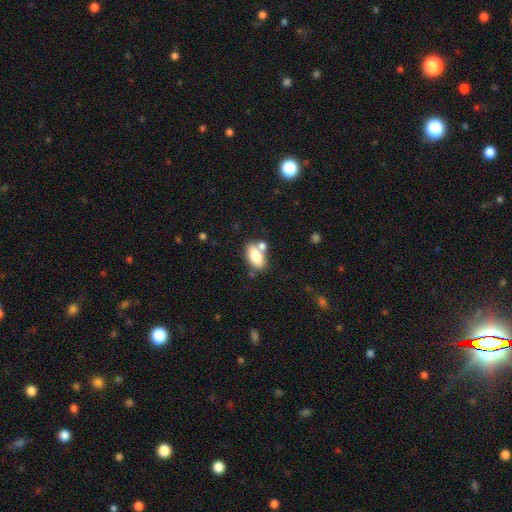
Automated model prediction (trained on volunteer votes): smooth-or-featured: smooth: 79% | featured or disk: 13% | star or artifact: 8%
  how-rounded: in between: 90% | round: 7% | cigar-shaped: 3%
  merging: none: 55% | merger: 28% | minor disturbance: 13% | major disturbance: 4%